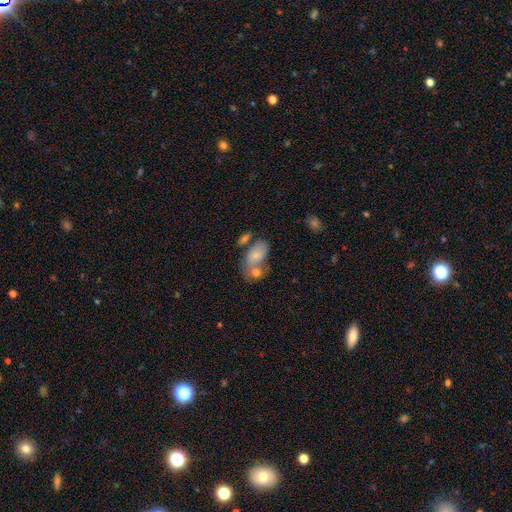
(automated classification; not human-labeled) Smooth or featured? Predicted: smooth (p=0.71). How rounded? Predicted: in between (p=0.89). Merging? Predicted: merger (p=0.47).